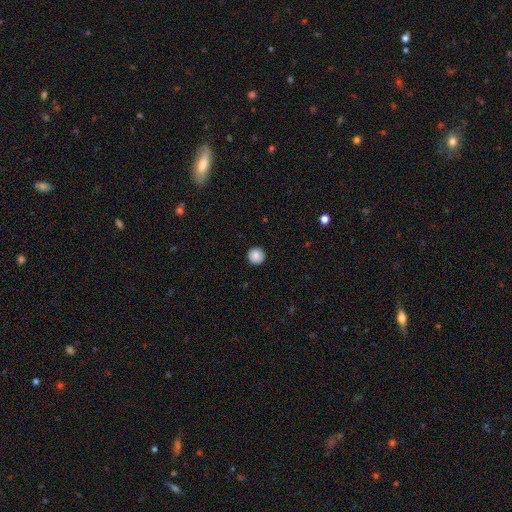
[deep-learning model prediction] smooth 88%, star or artifact 8%, featured or disk 4%. Down the decision tree: how rounded — round (96%); merging — none (92%).